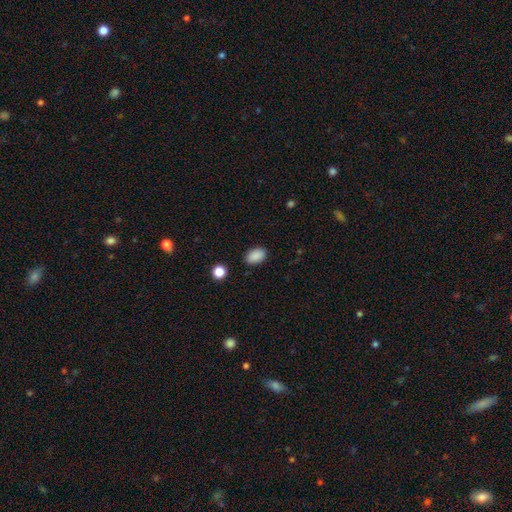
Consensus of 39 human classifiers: Smooth or featured: smooth — 90% (star or artifact — 10%)
How rounded: in between — 91% (round — 9%)
Merging: none — 94% (minor disturbance — 3%)